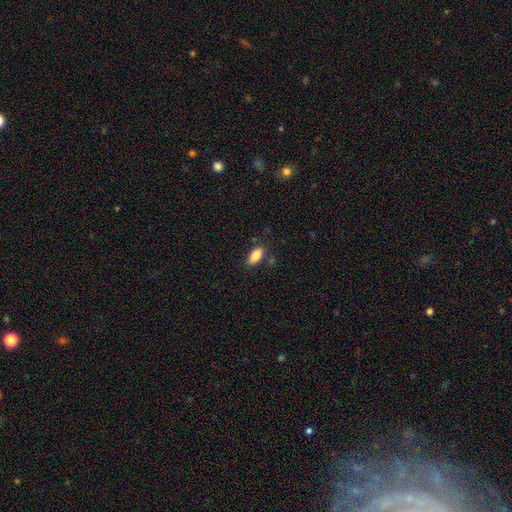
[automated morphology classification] Smooth or featured: smooth — 85% (star or artifact — 8%)
How rounded: in between — 89% (cigar-shaped — 8%)
Merging: none — 82% (minor disturbance — 12%)